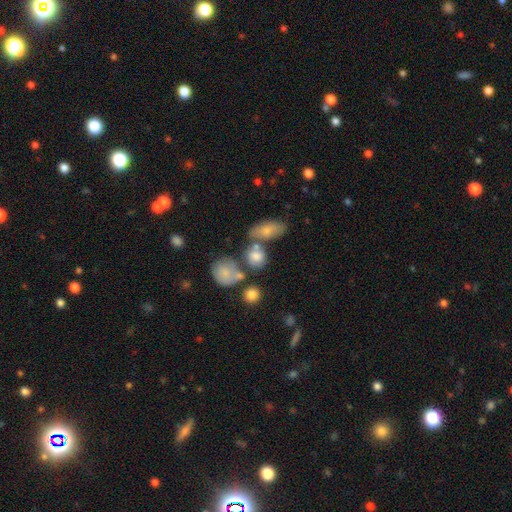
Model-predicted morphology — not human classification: Overall: smooth (75%). How rounded: round (53%; in between 43%). Merging: none (52%; merger 29%).